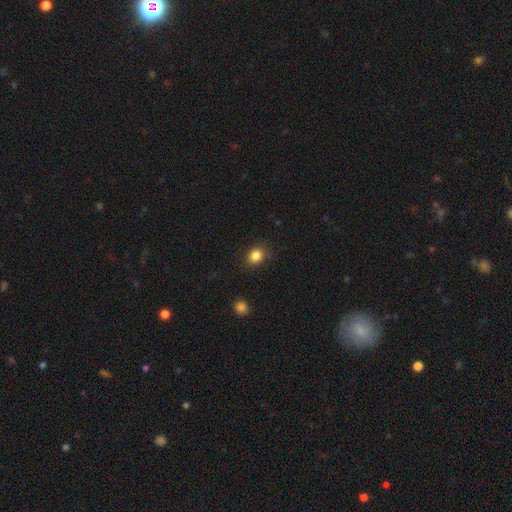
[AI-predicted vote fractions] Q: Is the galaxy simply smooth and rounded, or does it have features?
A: smooth — 85%.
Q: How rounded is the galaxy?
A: round — 59%.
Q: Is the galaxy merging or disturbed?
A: none — 85%.